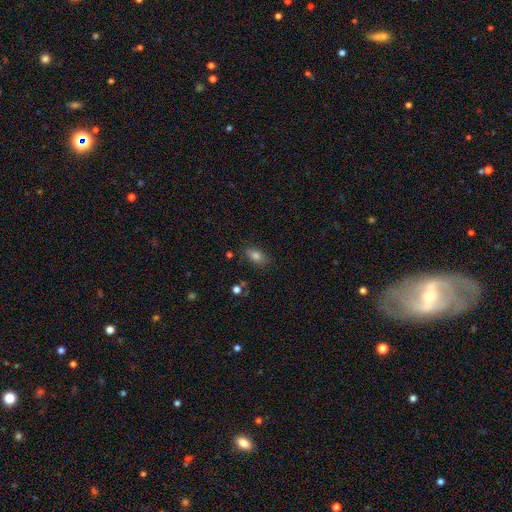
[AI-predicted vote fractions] Smooth or featured? smooth (79%)
How rounded? in between (85%)
Merging? none (83%)